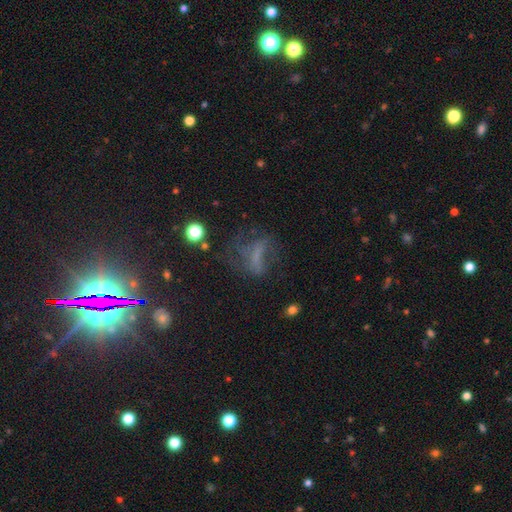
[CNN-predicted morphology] Smooth or featured?
  - featured or disk: 37% *
  - smooth: 35%
  - star or artifact: 28%
Merging?
  - none: 39% *
  - major disturbance: 37%
  - minor disturbance: 19%
  - merger: 5%